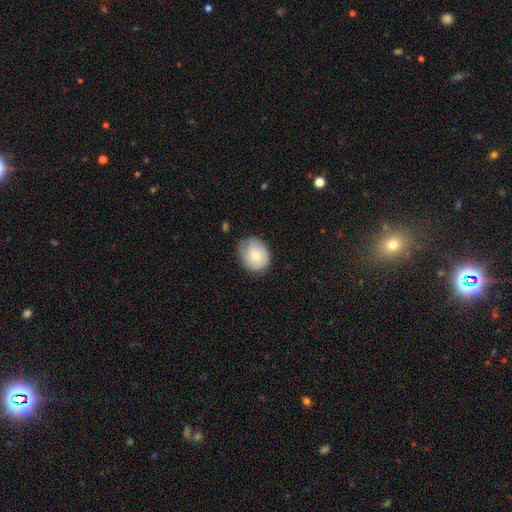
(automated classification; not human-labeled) A smooth galaxy with no disk features (77%) that is round (55%).

Vote fractions:
- Smooth or featured? smooth: 77% / featured or disk: 16% / star or artifact: 7%
- How rounded? round: 55% / in between: 45% / cigar-shaped: 1%
- Merging? none: 64% / minor disturbance: 29% / major disturbance: 6% / merger: 1%